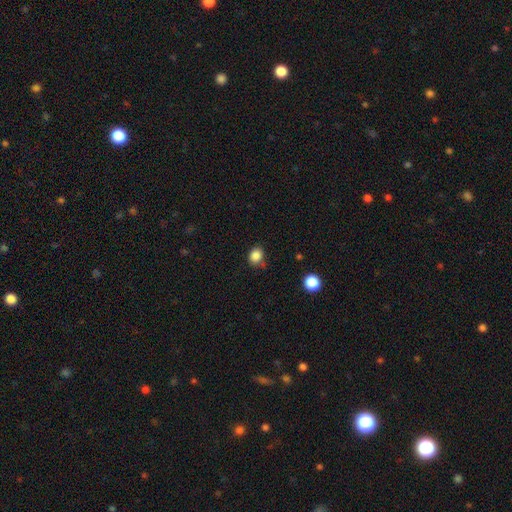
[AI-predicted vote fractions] smooth 85%, star or artifact 11%, featured or disk 4%. Down the decision tree: how rounded — round (68%); merging — none (72%).